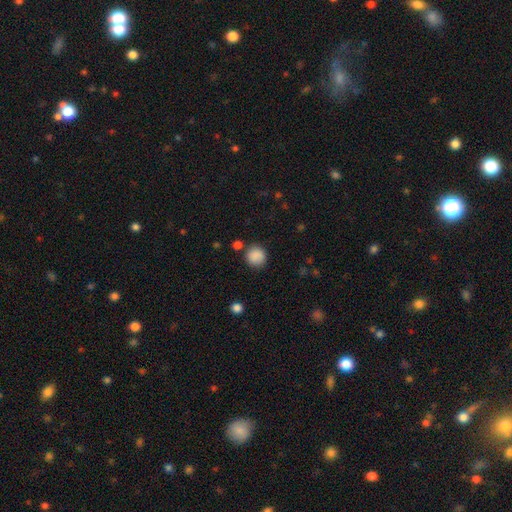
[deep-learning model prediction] Morphology: type=smooth (87%); roundness=round (91%); merging=none (82%).